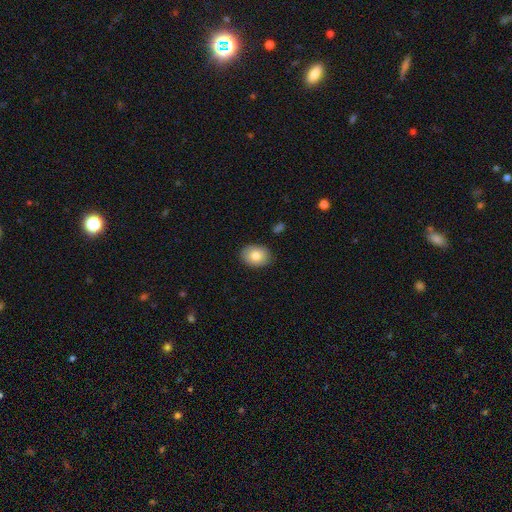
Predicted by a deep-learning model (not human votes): smooth-or-featured: smooth: 81% | featured or disk: 12% | star or artifact: 7%
  how-rounded: in between: 72% | round: 27% | cigar-shaped: 1%
  merging: none: 86% | minor disturbance: 10% | major disturbance: 2% | merger: 1%